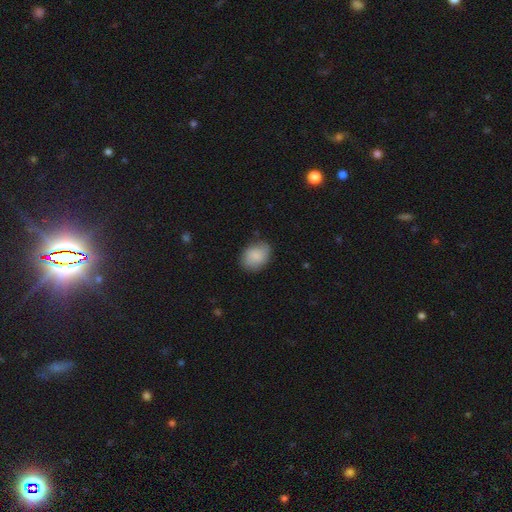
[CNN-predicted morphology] Overall: smooth (85%). How rounded: in between (65%; round 34%). Merging: none (78%).